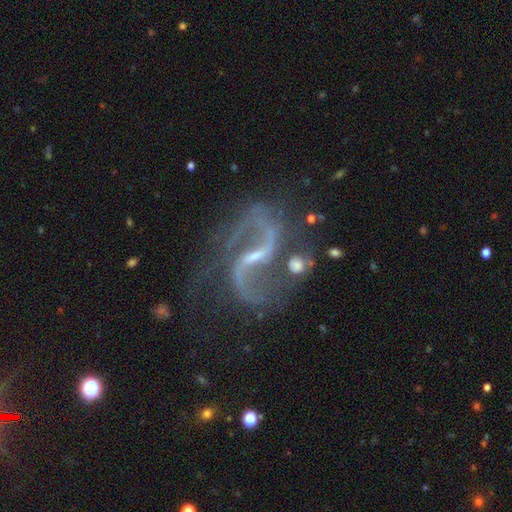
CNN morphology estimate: smooth_or_featured: featured or disk (p=0.92) [alt: star or artifact p=0.06]
disk_edge_on: no (p=0.98) [alt: yes p=0.02]
bar: weak (p=0.48) [alt: strong p=0.39]
has_spiral_arms: yes (p=0.97) [alt: no p=0.03]
spiral_winding: loose (p=0.64) [alt: medium p=0.30]
spiral_arm_count: 2 (p=0.93) [alt: 1 p=0.02]
bulge_size: small (p=0.64) [alt: moderate p=0.17]
merging: none (p=0.54) [alt: minor disturbance p=0.19]